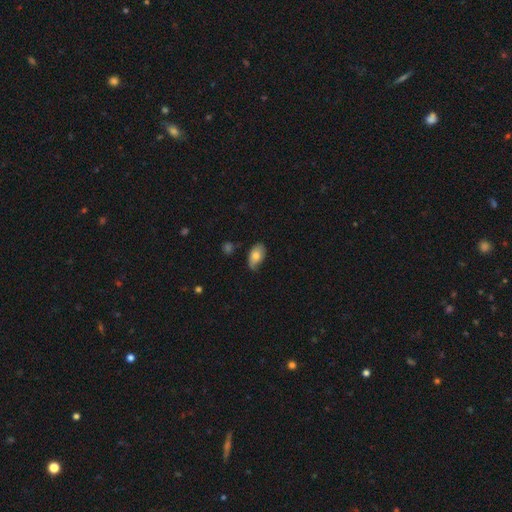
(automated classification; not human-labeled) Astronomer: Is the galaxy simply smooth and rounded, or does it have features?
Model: smooth — 72%.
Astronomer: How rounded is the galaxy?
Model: in between — 92%.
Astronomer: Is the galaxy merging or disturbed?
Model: none — 57% (runner-up: minor disturbance, 33%).